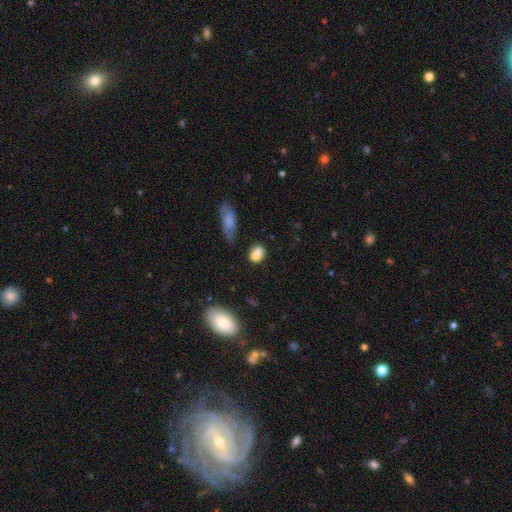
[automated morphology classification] The model was most divided on "how rounded": in between: 53%, round: 45%, cigar-shaped: 2%. Remaining: smooth or featured — smooth (77%); merging — none (45%).